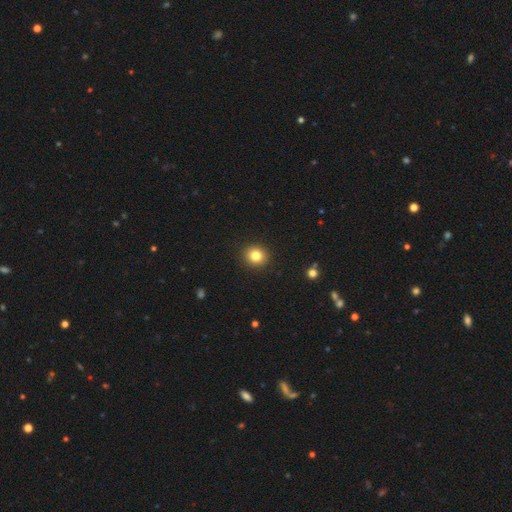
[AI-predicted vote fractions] A smooth galaxy with no disk features (82%) that is round (84%). Merging: none (92%).